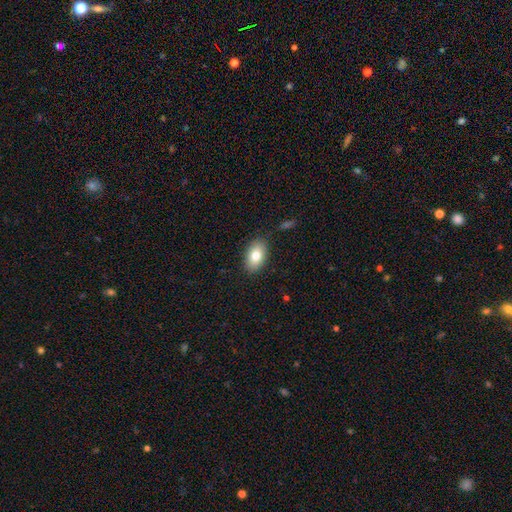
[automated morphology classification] This appears to be a smooth galaxy with no disk features (80%) that is in between round and cigar-shaped (90%). Merging: none (86%).